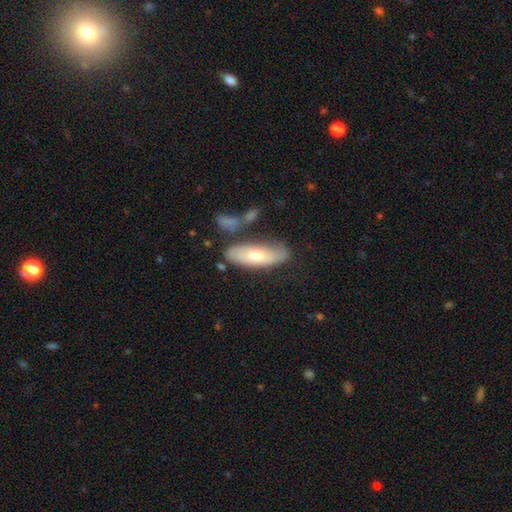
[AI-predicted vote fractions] The model was most divided on "smooth or featured": smooth: 49%, featured or disk: 43%, star or artifact: 8%. More confident: merging — none (62%).